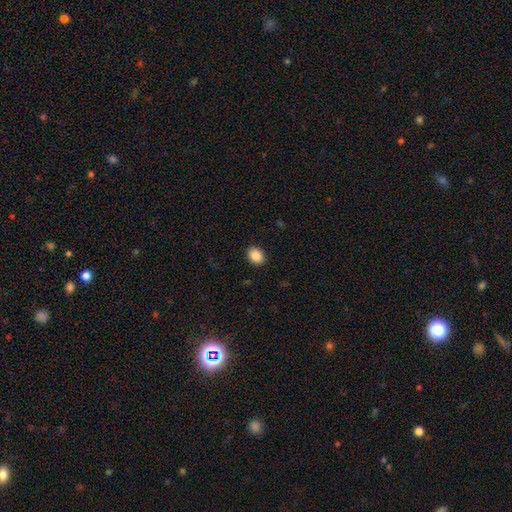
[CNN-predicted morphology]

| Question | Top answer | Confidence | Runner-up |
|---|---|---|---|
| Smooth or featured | smooth | 87% | star or artifact (9%) |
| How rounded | in between | 51% | round (48%) |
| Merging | none | 91% | minor disturbance (6%) |